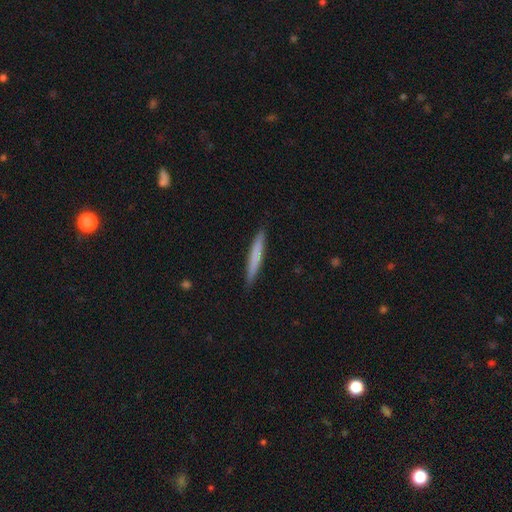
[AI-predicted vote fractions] This appears to be a smooth galaxy with no disk features (68%) that is cigar-shaped (96%). Merging: none (91%).